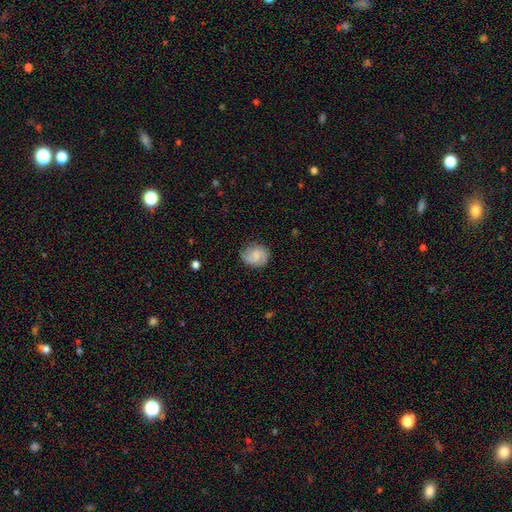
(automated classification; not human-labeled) smooth 55%, featured or disk 37%, star or artifact 8%. Down the decision tree: how rounded — round (70%); merging — none (77%).